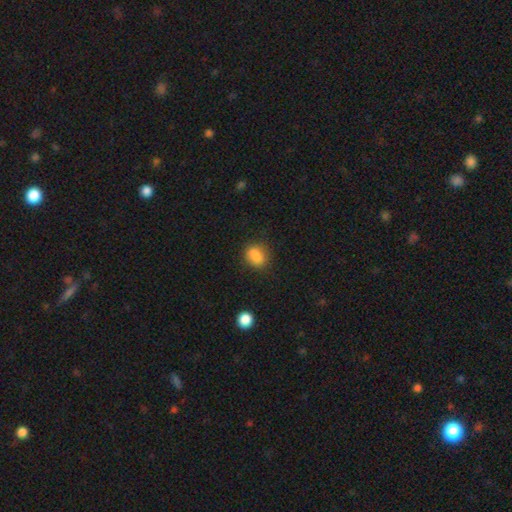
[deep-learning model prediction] This is clearly a smooth galaxy (80%). How rounded: possibly in between (58%). Merging: possibly none (59%).